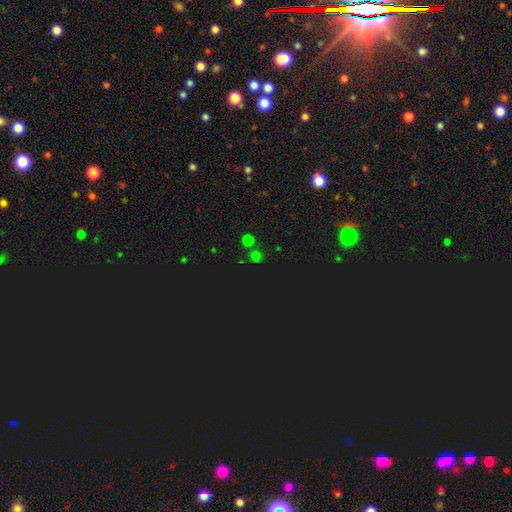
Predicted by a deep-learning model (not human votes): Smooth or featured: smooth — 52% (star or artifact — 43%)
How rounded: round — 90% (in between — 9%)
Merging: none — 76% (merger — 13%)